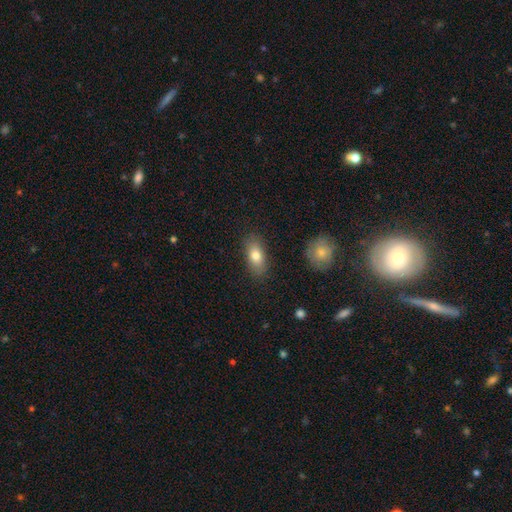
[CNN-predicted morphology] A smooth galaxy with no disk features (78%) that is in between round and cigar-shaped (84%).

Vote fractions:
- Smooth or featured? smooth: 78% / featured or disk: 15% / star or artifact: 7%
- How rounded? in between: 84% / cigar-shaped: 10% / round: 5%
- Merging? none: 84% / minor disturbance: 11% / major disturbance: 3% / merger: 2%